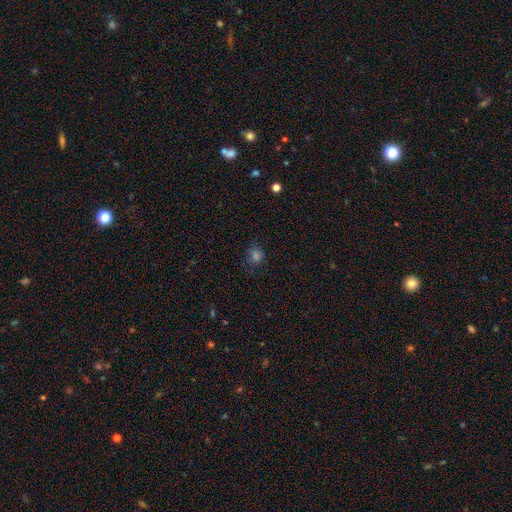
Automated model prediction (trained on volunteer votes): This appears to be a smooth galaxy with no disk features (71%) that is round (70%). Merging: none (77%).